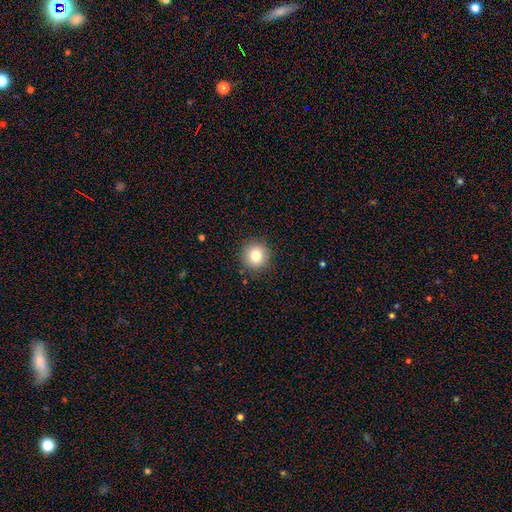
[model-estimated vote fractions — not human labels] Smooth or featured?
  - smooth: 80% *
  - star or artifact: 11%
  - featured or disk: 9%
How rounded?
  - round: 93% *
  - in between: 6%
  - cigar-shaped: 1%
Merging?
  - none: 89% *
  - minor disturbance: 7%
  - major disturbance: 2%
  - merger: 1%